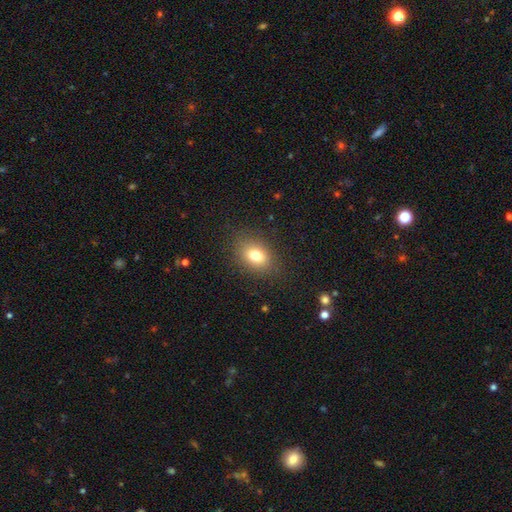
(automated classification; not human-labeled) This appears to be a smooth galaxy with no disk features (77%) that is in between round and cigar-shaped (69%). Merging: none (85%).